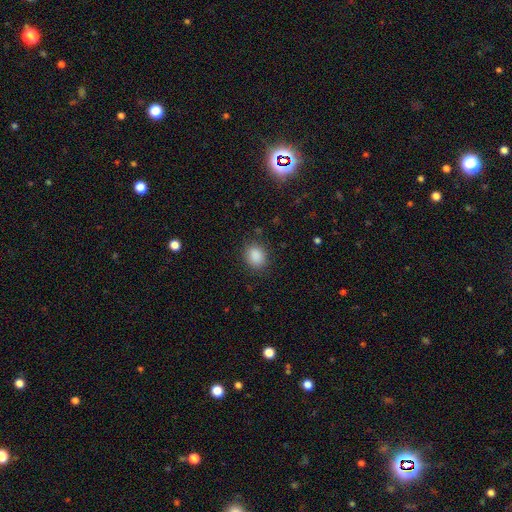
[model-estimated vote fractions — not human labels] This appears to be a smooth galaxy with no disk features (87%) that is round (59%). Merging: none (85%).